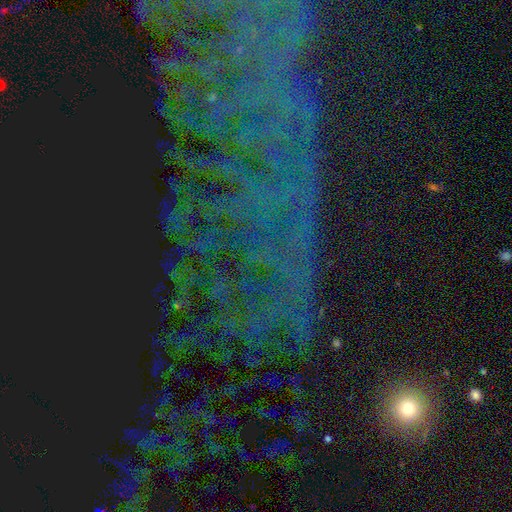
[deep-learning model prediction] The model was most divided on "smooth or featured": star or artifact: 65%, featured or disk: 22%, smooth: 14%.